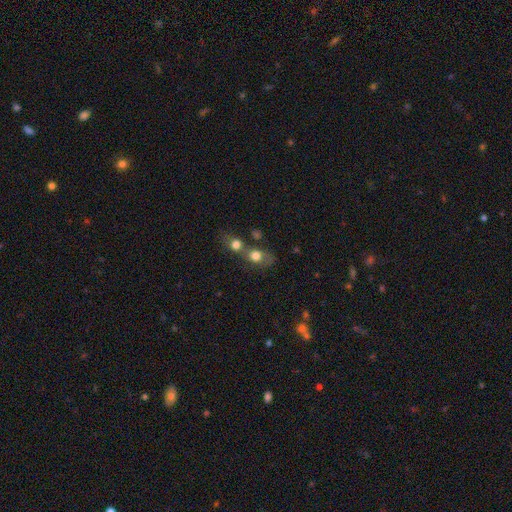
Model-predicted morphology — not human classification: Smooth or featured? smooth (74%)
How rounded? round (51%)
Merging? merger (57%)